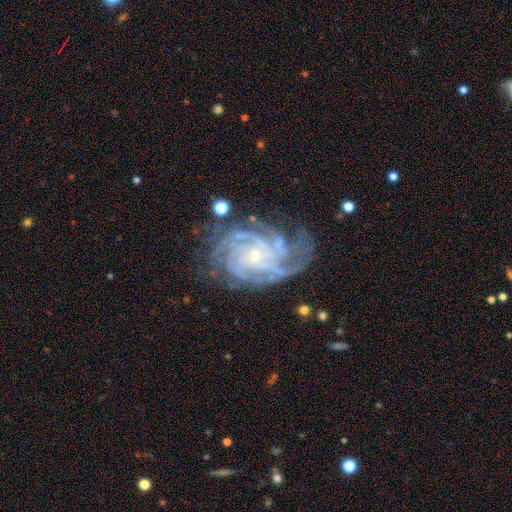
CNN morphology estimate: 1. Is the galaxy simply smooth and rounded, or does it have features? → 90% featured or disk, 7% star or artifact, 4% smooth.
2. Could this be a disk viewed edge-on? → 98% no, 2% yes.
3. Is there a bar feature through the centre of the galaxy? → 72% no, 21% weak, 7% strong.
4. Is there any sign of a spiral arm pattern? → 98% yes, 2% no.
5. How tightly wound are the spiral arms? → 72% tight, 24% medium, 4% loose.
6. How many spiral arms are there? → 34% 4, 27% more than 4, 14% can't tell, 12% 3, 7% 2, 6% 1.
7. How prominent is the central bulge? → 81% small, 14% moderate, 2% none, 1% large, 1% dominant.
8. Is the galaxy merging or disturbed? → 69% none, 19% minor disturbance, 10% major disturbance, 2% merger.